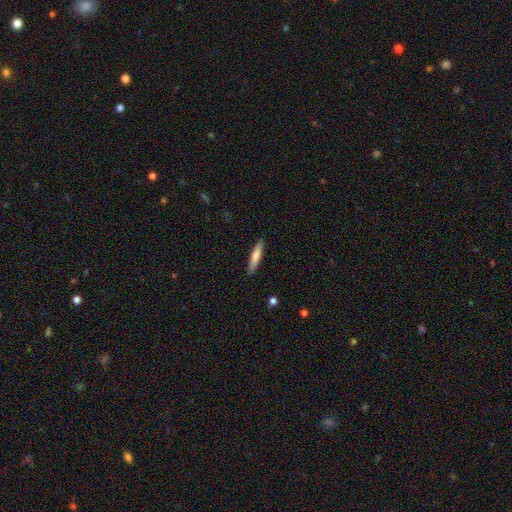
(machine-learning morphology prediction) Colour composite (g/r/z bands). It shows a smooth galaxy with no disk features (73%) that is cigar-shaped (86%). Merging: none (88%).